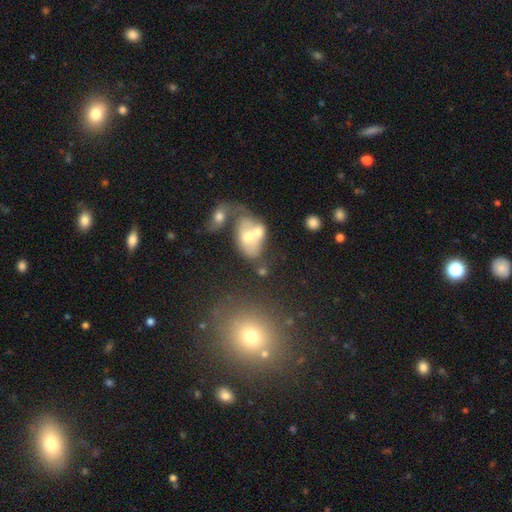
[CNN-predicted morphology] A featured or disk galaxy (46%).

Vote fractions:
- Smooth or featured? featured or disk: 46% / smooth: 28% / star or artifact: 26%
- Merging? none: 40% / merger: 32% / major disturbance: 14% / minor disturbance: 13%